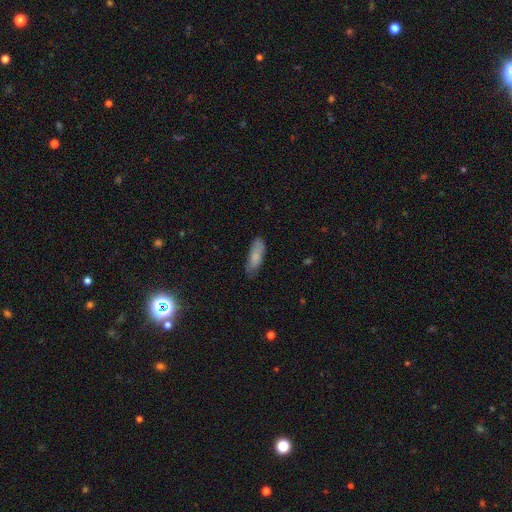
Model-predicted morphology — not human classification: The model was most divided on "how rounded": in between: 60%, cigar-shaped: 38%, round: 2%. More confident: smooth or featured — smooth (79%); merging — none (71%).